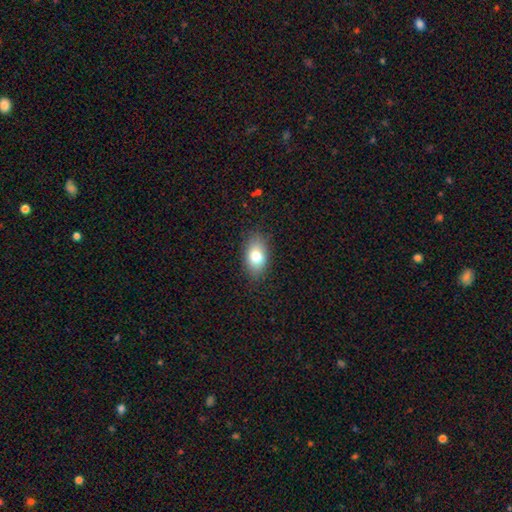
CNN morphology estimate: A smooth galaxy with no disk features (78%) that is in between round and cigar-shaped (86%).

Vote fractions:
- Smooth or featured? smooth: 78% / featured or disk: 13% / star or artifact: 9%
- How rounded? in between: 86% / round: 11% / cigar-shaped: 3%
- Merging? none: 84% / minor disturbance: 12% / major disturbance: 3% / merger: 1%